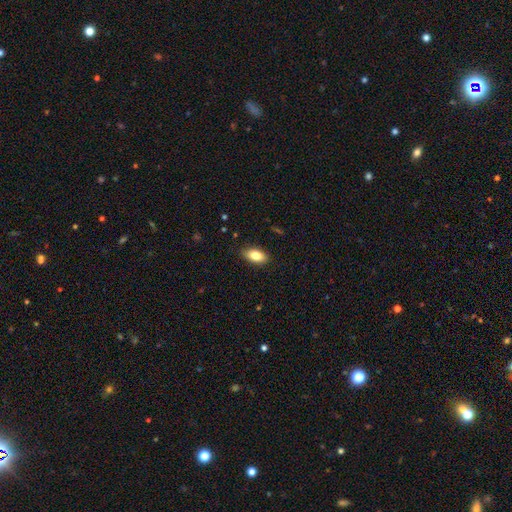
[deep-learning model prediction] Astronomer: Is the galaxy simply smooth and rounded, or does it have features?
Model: smooth — 82%.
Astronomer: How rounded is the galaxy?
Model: in between — 91%.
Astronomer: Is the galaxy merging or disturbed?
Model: none — 87%.